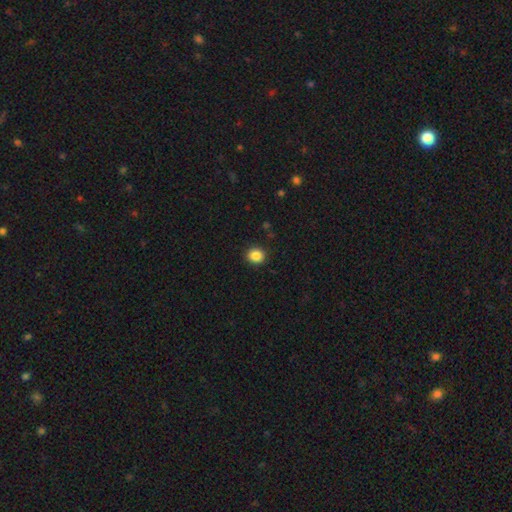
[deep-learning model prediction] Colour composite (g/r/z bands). It shows a smooth galaxy with no disk features (86%) that is round (84%). Merging: none (91%).